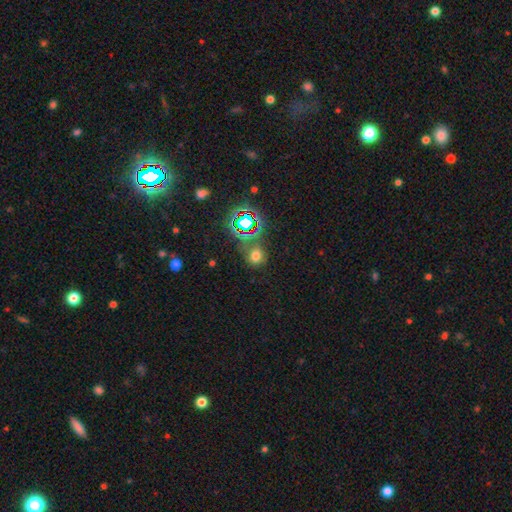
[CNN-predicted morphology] This appears to be a smooth galaxy with no disk features (59%) that is round (63%). Merging: none (65%).